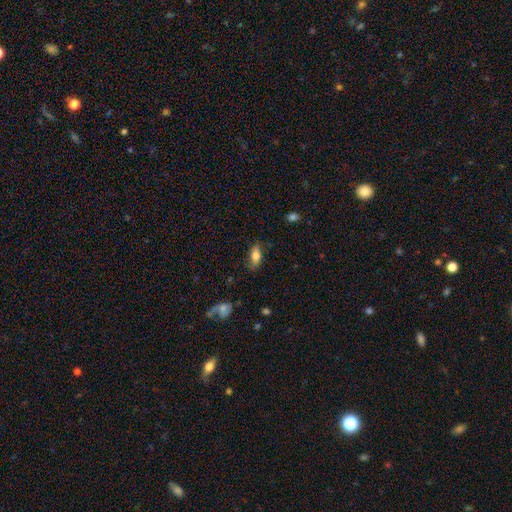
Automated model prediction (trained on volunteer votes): Smooth or featured? Predicted: smooth (p=0.78). How rounded? Predicted: in between (p=0.83). Merging? Predicted: none (p=0.78).